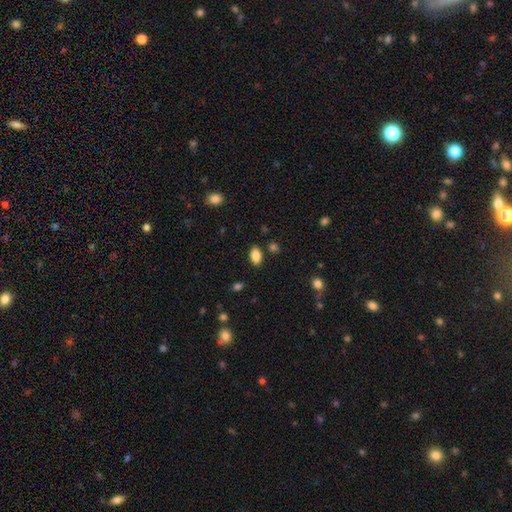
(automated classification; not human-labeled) smooth 86%, star or artifact 9%, featured or disk 5%. Down the decision tree: how rounded — in between (91%); merging — none (84%).